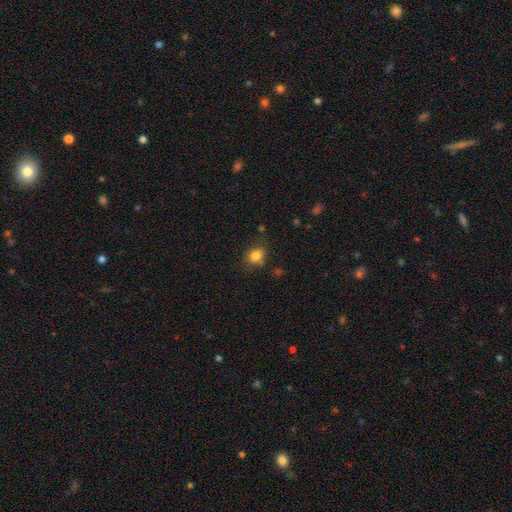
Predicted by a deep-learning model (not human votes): Q: Smooth or featured?
A: smooth (83%); runner-up: star or artifact (11%)
Q: How rounded?
A: in between (51%); runner-up: round (48%)
Q: Merging?
A: none (74%); runner-up: minor disturbance (17%)